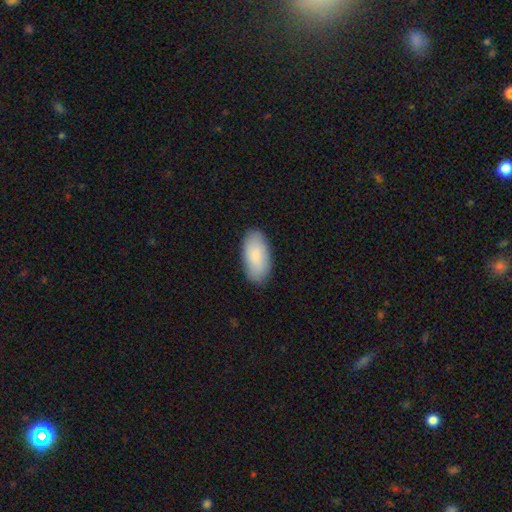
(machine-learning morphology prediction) smooth-or-featured: smooth: 84% | featured or disk: 11% | star or artifact: 6%
  how-rounded: in between: 94% | cigar-shaped: 4% | round: 2%
  merging: none: 86% | minor disturbance: 11% | major disturbance: 2% | merger: 1%